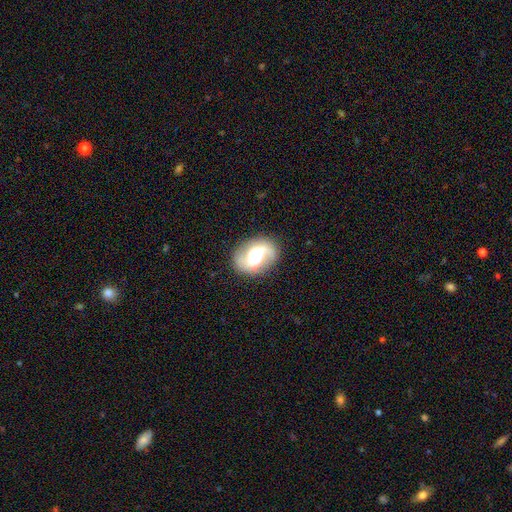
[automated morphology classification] Overall: featured or disk (72%). Edge-on disk: no (97%). Bar: weak (45%; no 35%). Spiral arms: yes (90%). Spiral arm count: 2 (88%). Spiral winding: loose (51%; medium 37%). Bulge size: moderate (49%; large 27%). Merging: none (81%).